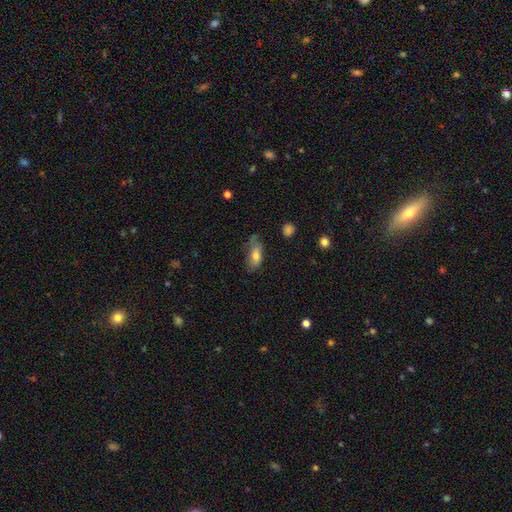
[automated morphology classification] This is likely a smooth galaxy (72%). How rounded: clearly in between (83%). Merging: marginally none (45%).